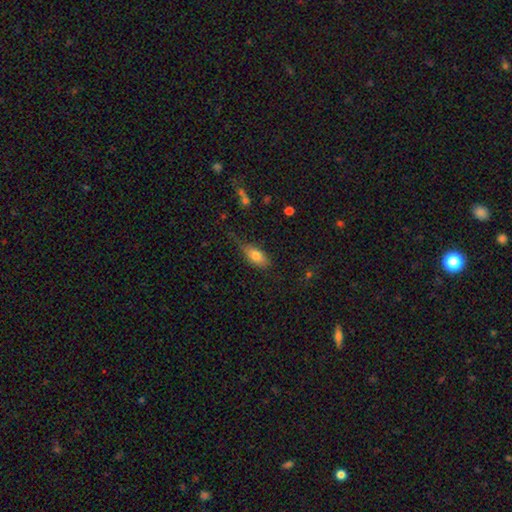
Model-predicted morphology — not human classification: A smooth galaxy with no disk features (75%) that is in between round and cigar-shaped (86%). Merging: none (55%).